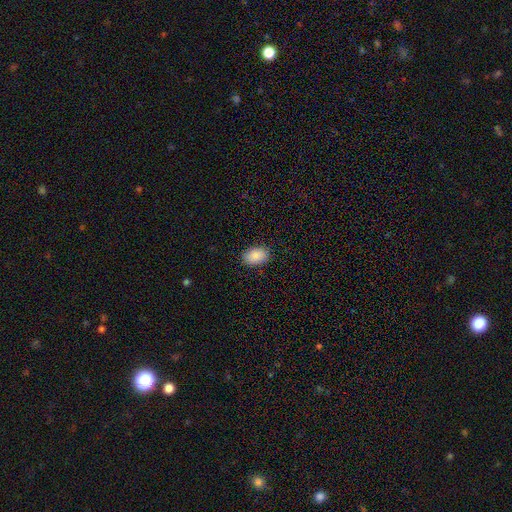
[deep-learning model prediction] Morphology: type=smooth (88%); roundness=in between (88%); merging=none (87%).